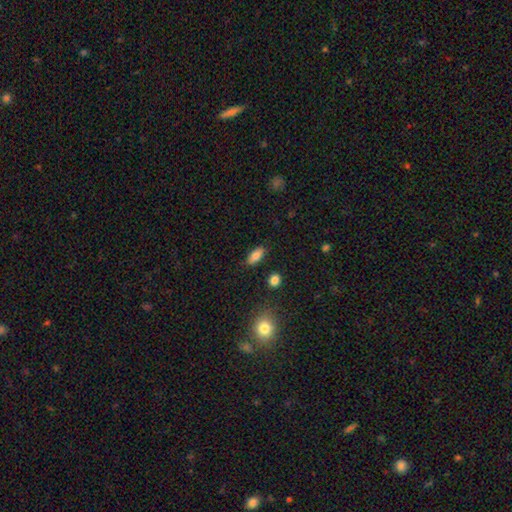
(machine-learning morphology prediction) This is clearly a smooth galaxy (81%). How rounded: clearly in between (84%). Merging: clearly none (85%).